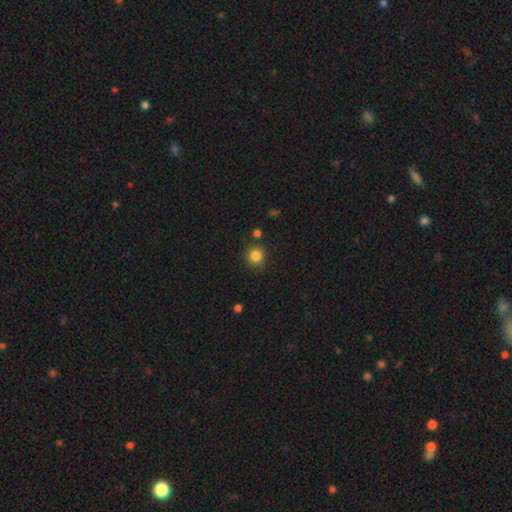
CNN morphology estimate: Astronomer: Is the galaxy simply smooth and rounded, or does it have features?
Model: smooth — 84%.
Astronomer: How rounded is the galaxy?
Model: round — 88%.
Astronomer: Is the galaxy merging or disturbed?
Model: none — 84%.